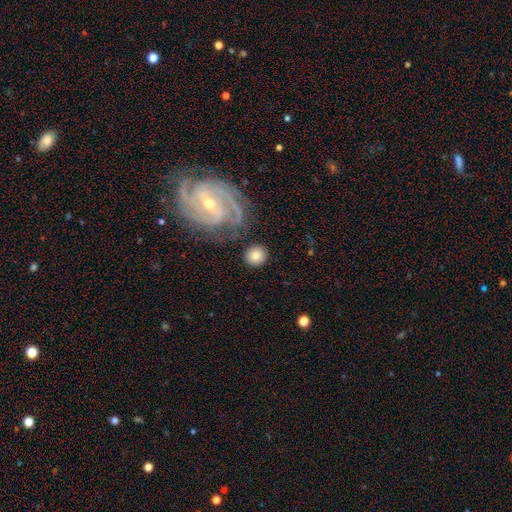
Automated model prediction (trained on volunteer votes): Overall: smooth (73%). How rounded: round (88%). Merging: none (81%).